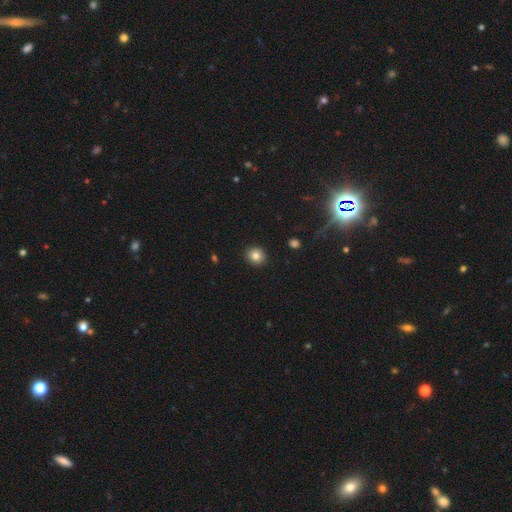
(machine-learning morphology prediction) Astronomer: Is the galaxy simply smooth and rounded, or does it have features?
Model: smooth — 83%.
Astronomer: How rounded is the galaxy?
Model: round — 81%.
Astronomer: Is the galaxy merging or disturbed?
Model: none — 91%.